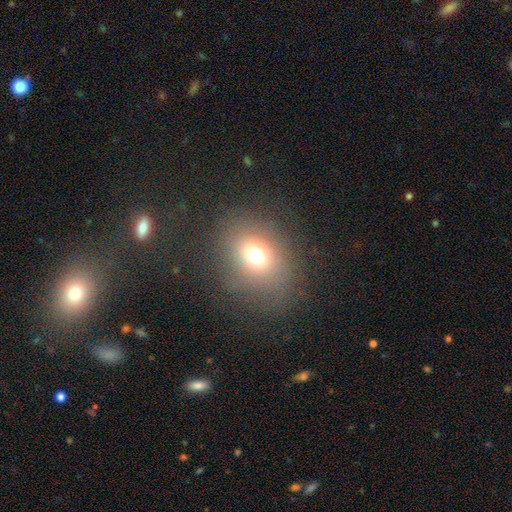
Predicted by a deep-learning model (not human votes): Smooth or featured? smooth (68%)
How rounded? round (53%)
Merging? none (73%)